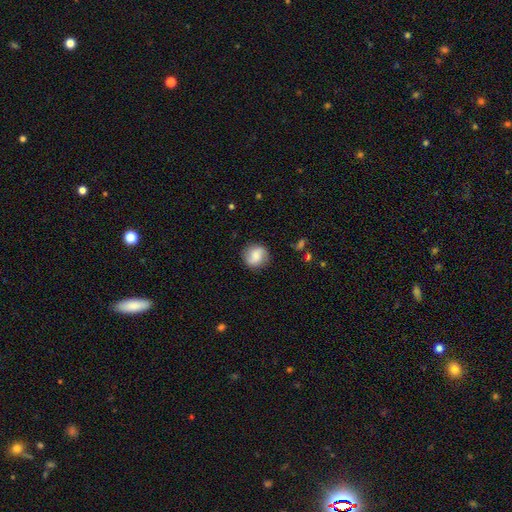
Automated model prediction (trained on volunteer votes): Smooth or featured? smooth (61%)
How rounded? round (85%)
Merging? none (82%)